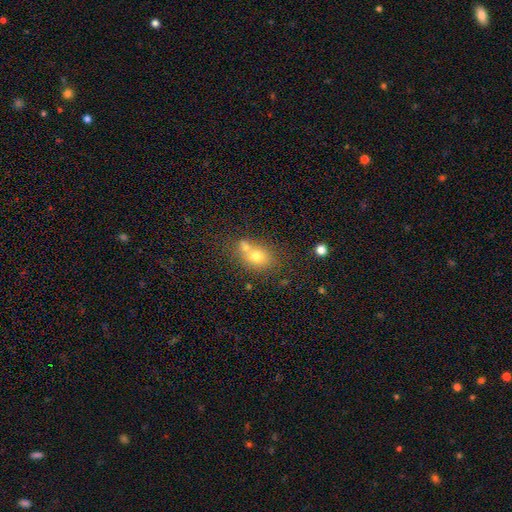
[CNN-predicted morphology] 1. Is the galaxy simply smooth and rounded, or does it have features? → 70% smooth, 17% featured or disk, 13% star or artifact.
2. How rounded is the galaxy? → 55% in between, 44% round, 2% cigar-shaped.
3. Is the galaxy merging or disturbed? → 44% merger, 40% none, 12% minor disturbance, 5% major disturbance.